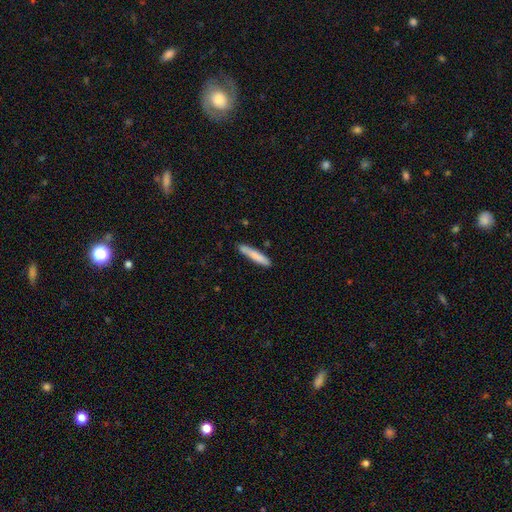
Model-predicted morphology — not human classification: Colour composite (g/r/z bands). It shows a smooth galaxy with no disk features (80%) that is cigar-shaped (92%). Merging: none (82%).